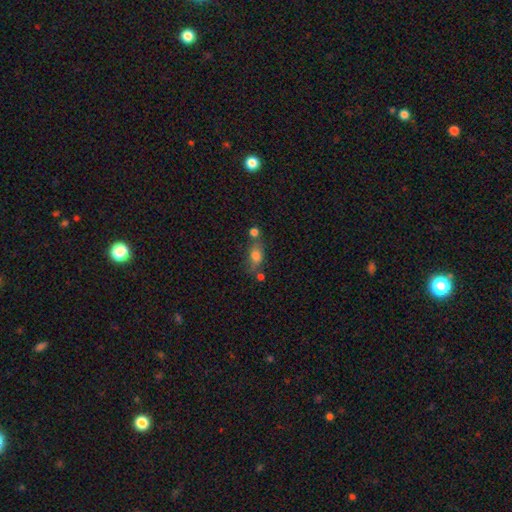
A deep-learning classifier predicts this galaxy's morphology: smooth-or-featured: smooth: 74% | featured or disk: 15% | star or artifact: 11%
  how-rounded: in between: 71% | round: 23% | cigar-shaped: 6%
  merging: none: 53% | merger: 21% | minor disturbance: 18% | major disturbance: 7%